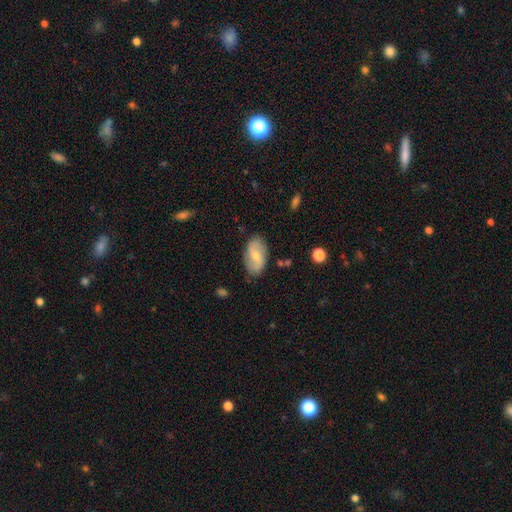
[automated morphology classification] smooth-or-featured: featured or disk: 55% | smooth: 39% | star or artifact: 6%
  disk-edge-on: no: 95% | yes: 5%
    bar: weak: 47% | no: 36% | strong: 17%
    has-spiral-arms: yes: 82% | no: 18%
    bulge-size: small: 51% | moderate: 42% | none: 3% | large: 2% | dominant: 1%
  merging: none: 81% | minor disturbance: 14% | major disturbance: 3% | merger: 2%